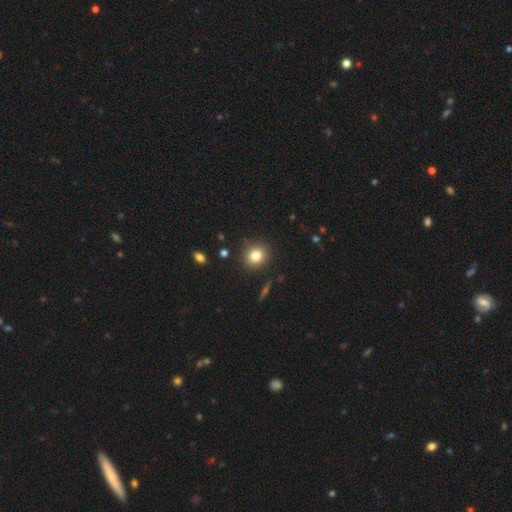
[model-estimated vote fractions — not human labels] A smooth galaxy with no disk features (81%) that is round (79%). Merging: none (87%).